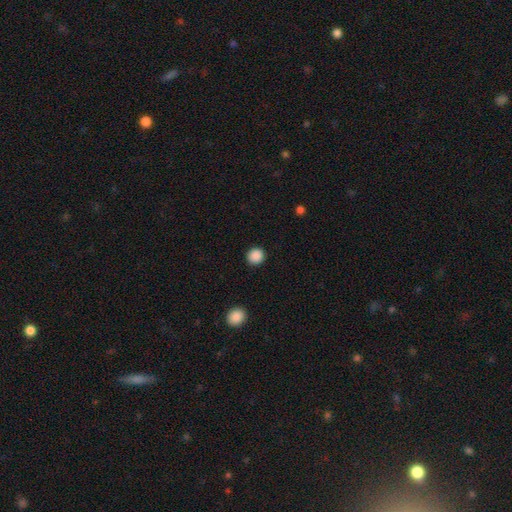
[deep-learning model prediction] Smooth or featured? smooth (88%)
How rounded? round (90%)
Merging? none (92%)